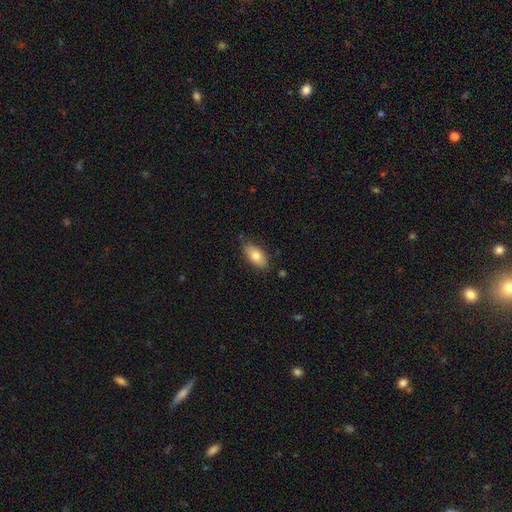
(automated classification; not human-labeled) Smooth or featured: smooth — 78% (featured or disk — 16%)
How rounded: in between — 90% (cigar-shaped — 7%)
Merging: none — 82% (minor disturbance — 14%)